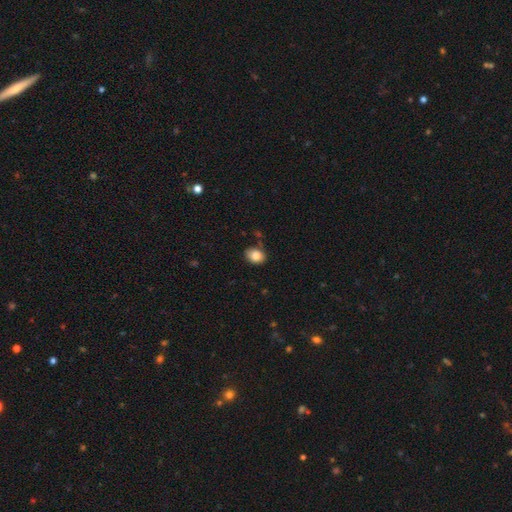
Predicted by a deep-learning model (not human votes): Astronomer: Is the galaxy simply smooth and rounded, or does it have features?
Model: smooth — 86%.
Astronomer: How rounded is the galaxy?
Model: in between — 63%.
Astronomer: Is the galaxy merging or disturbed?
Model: none — 73%.